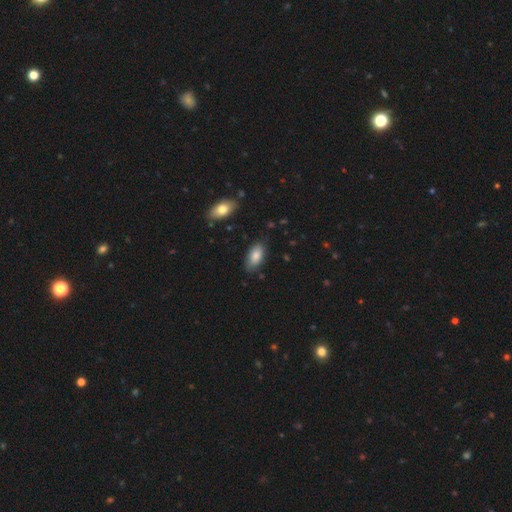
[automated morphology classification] The model was most divided on "merging": none: 80%, minor disturbance: 15%, major disturbance: 3%, merger: 2%. More confident: how rounded — in between (90%); smooth or featured — smooth (84%).